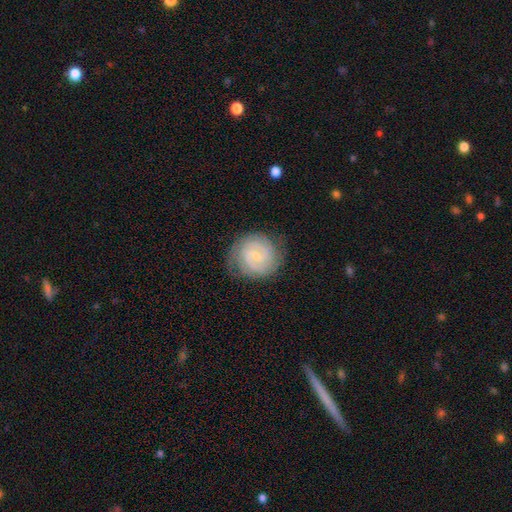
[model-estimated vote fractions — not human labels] This appears to be a featured or disk galaxy (80%) with a weak bar (57%), 2 (66%) tight (64%) spiral arms (96%) and a small central bulge (74%). Merging: none (79%).